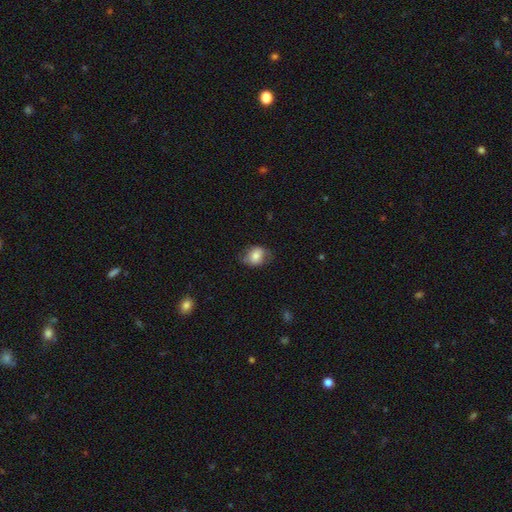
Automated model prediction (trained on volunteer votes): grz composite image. It shows a smooth galaxy with no disk features (73%) that is in between round and cigar-shaped (56%). Merging: none (66%).